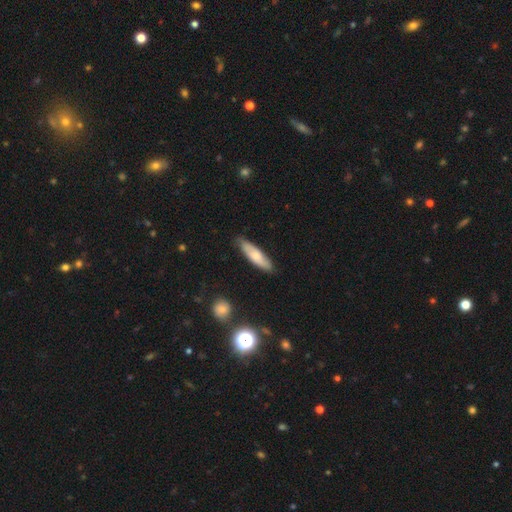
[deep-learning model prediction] smooth_or_featured: smooth (p=0.67) [alt: featured or disk p=0.28]
how_rounded: cigar-shaped (p=0.62) [alt: in between p=0.36]
merging: none (p=0.82) [alt: minor disturbance p=0.14]